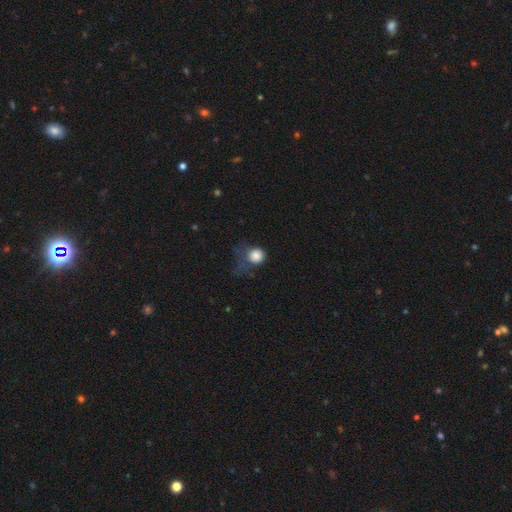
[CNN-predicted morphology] This appears to be a smooth galaxy with no disk features (83%) that is round (89%). Merging: none (39%).